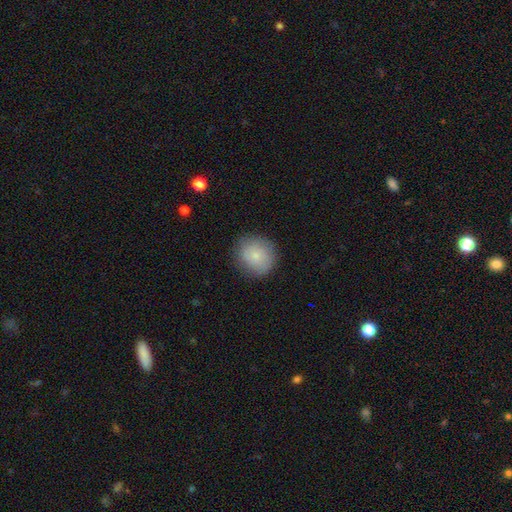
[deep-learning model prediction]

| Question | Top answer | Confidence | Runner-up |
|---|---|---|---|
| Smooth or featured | smooth | 81% | featured or disk (11%) |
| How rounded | round | 87% | in between (12%) |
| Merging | none | 84% | minor disturbance (11%) |